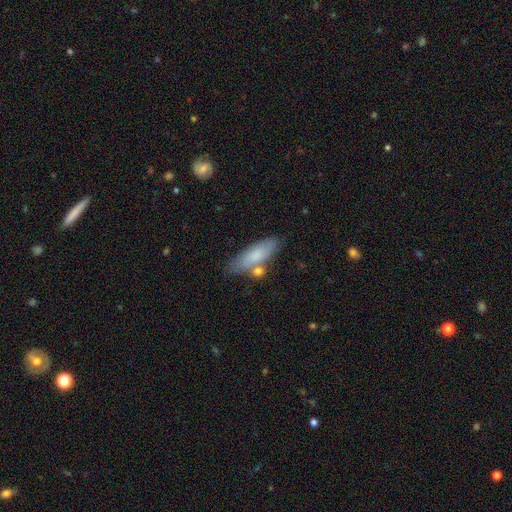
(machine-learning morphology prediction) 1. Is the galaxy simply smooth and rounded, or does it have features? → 77% smooth, 17% featured or disk, 6% star or artifact.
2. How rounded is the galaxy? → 57% in between, 41% cigar-shaped, 2% round.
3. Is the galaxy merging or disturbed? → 70% none, 16% minor disturbance, 10% merger, 4% major disturbance.